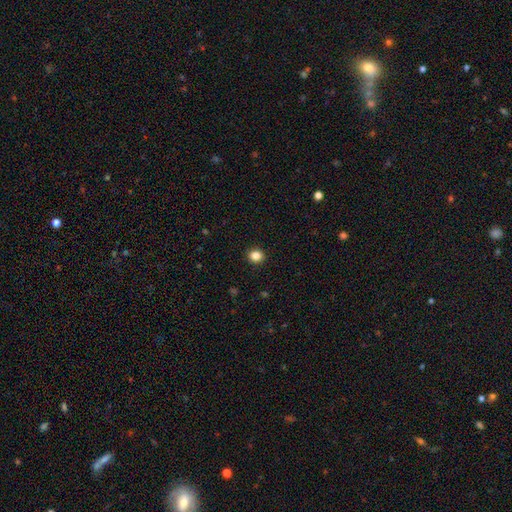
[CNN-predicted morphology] Smooth or featured? smooth (85%)
How rounded? round (83%)
Merging? none (92%)